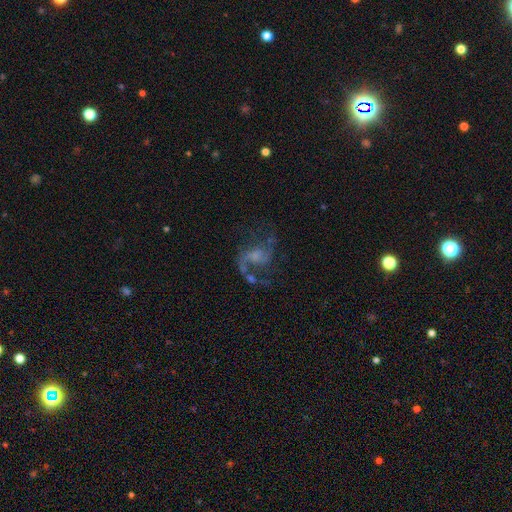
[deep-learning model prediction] Smooth or featured?
  - featured or disk: 80% *
  - star or artifact: 11%
  - smooth: 9%
Edge-on disk?
  - no: 98% *
  - yes: 2%
Bar?
  - no: 50% *
  - weak: 41%
  - strong: 10%
Spiral arms?
  - yes: 93% *
  - no: 7%
Spiral winding?
  - loose: 51% *
  - medium: 41%
  - tight: 8%
Spiral arm count?
  - 2: 80% *
  - 1: 10%
  - can't tell: 4%
  - 3: 3%
  - 4: 1%
  - more than 4: 1%
Bulge size?
  - small: 36% *
  - moderate: 31%
  - none: 23%
  - large: 8%
  - dominant: 2%
Merging?
  - none: 57% *
  - major disturbance: 21%
  - minor disturbance: 15%
  - merger: 7%